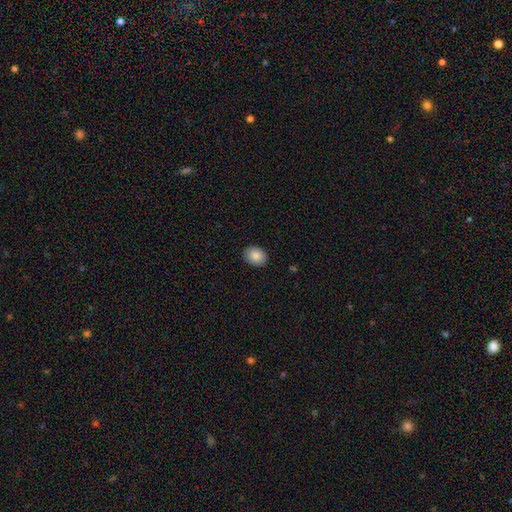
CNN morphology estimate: smooth_or_featured: smooth (p=0.87) [alt: star or artifact p=0.08]
how_rounded: in between (p=0.58) [alt: round p=0.41]
merging: none (p=0.90) [alt: minor disturbance p=0.07]